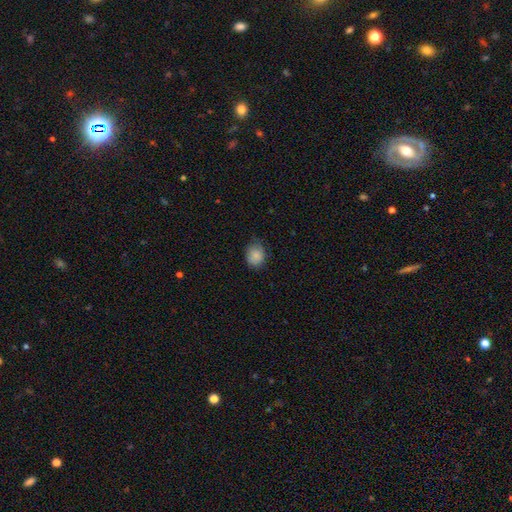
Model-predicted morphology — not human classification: Smooth or featured: smooth — 87% (star or artifact — 8%)
How rounded: round — 54% (in between — 45%)
Merging: none — 72% (minor disturbance — 23%)